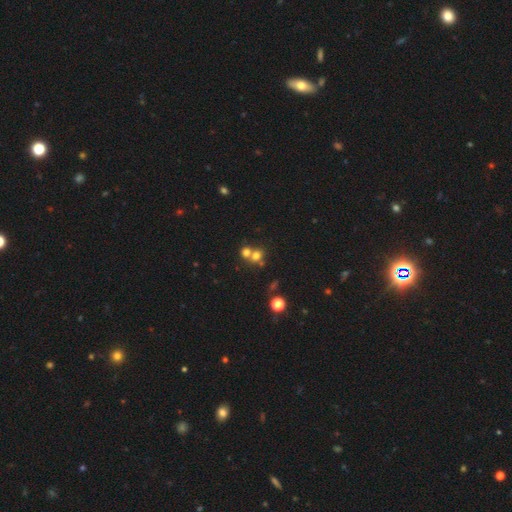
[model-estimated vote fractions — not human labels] This appears to be a smooth galaxy with no disk features (68%) that is round (79%). Merging: merger (52%).